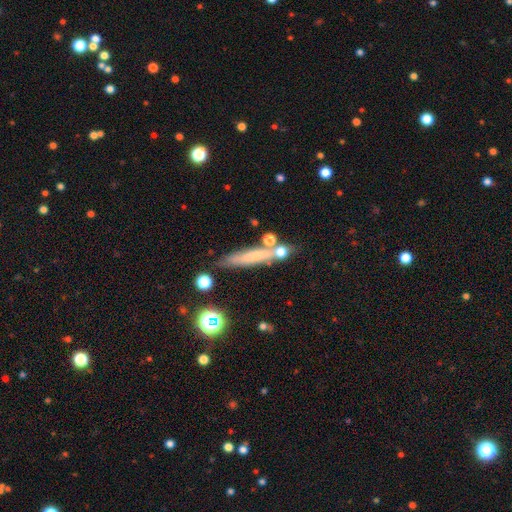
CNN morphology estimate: smooth-or-featured: smooth: 58% | featured or disk: 29% | star or artifact: 13%
  how-rounded: cigar-shaped: 87% | in between: 9% | round: 4%
  merging: none: 71% | minor disturbance: 14% | merger: 10% | major disturbance: 5%